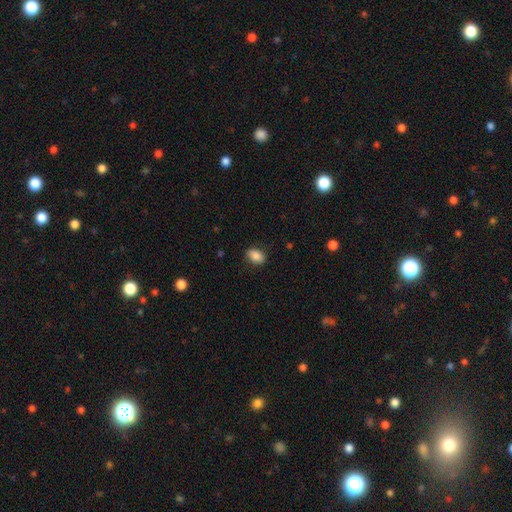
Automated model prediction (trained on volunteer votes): This is clearly a smooth galaxy (86%). How rounded: clearly in between (82%). Merging: clearly none (84%).